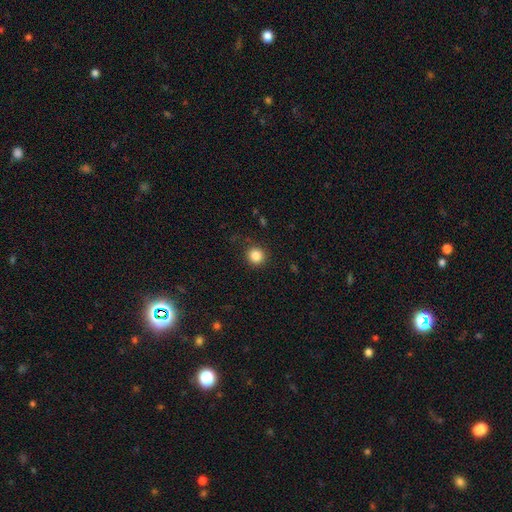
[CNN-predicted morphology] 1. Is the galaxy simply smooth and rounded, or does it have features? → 85% smooth, 11% star or artifact, 4% featured or disk.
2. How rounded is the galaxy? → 93% round, 6% in between, 1% cigar-shaped.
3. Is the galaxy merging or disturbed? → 89% none, 7% minor disturbance, 3% major disturbance, 1% merger.